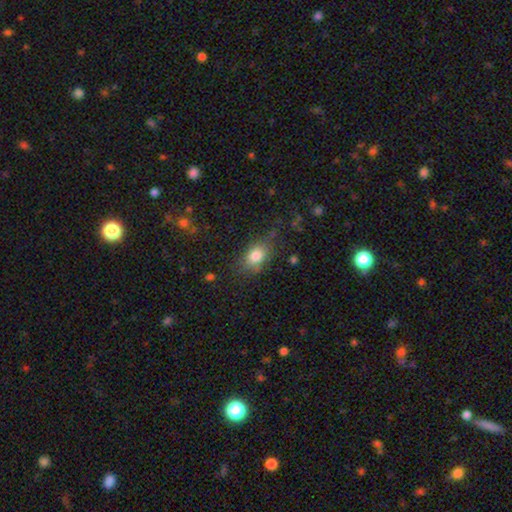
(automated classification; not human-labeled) This is clearly a smooth galaxy (81%). How rounded: likely in between (77%). Merging: likely none (71%).